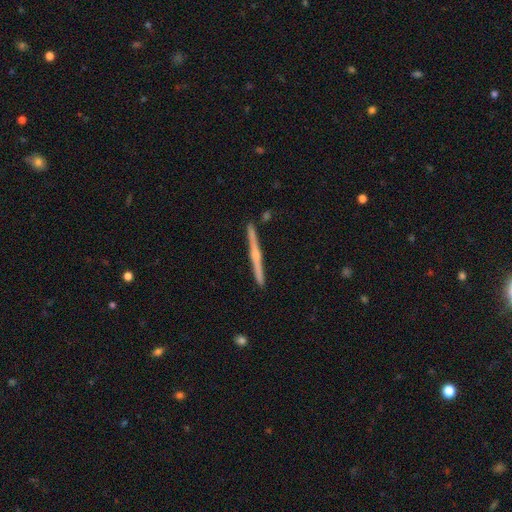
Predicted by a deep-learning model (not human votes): This is likely a featured or disk galaxy (75%). It is clearly viewed edge-on (99%). Edge-on bulge: likely rounded (74%). Merging: clearly none (91%).